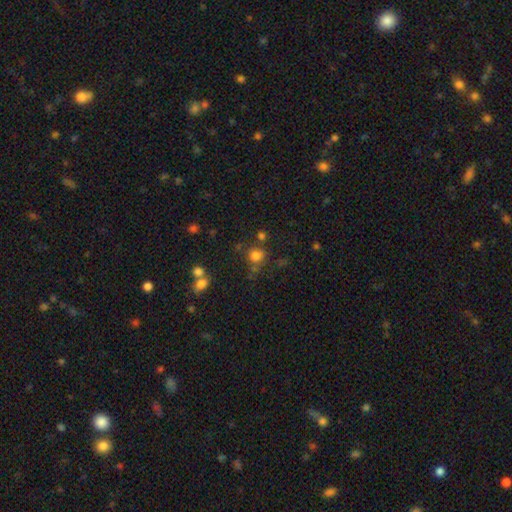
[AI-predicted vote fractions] This appears to be a smooth galaxy with no disk features (76%) that is round (86%). Merging: none (66%).